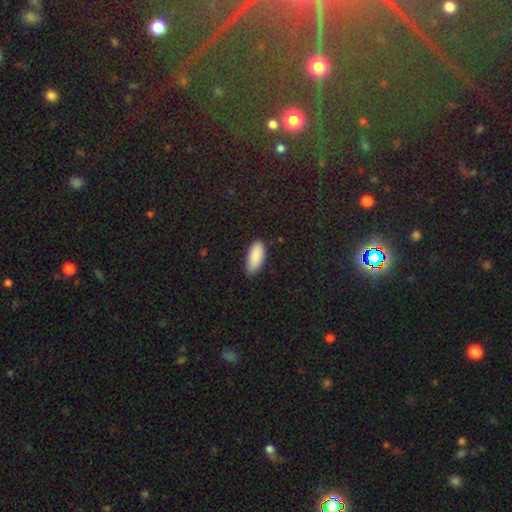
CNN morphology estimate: Smooth or featured? Predicted: smooth (p=0.90). How rounded? Predicted: in between (p=0.86). Merging? Predicted: none (p=0.80).